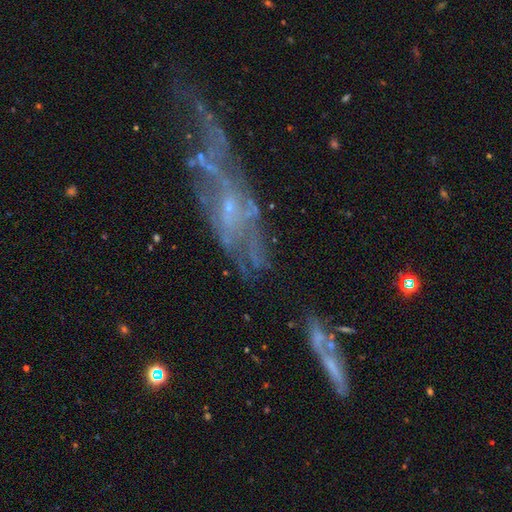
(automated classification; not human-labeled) Smooth or featured?
  - featured or disk: 70% *
  - smooth: 18%
  - star or artifact: 12%
Edge-on disk?
  - no: 87% *
  - yes: 13%
Bar?
  - no: 67% *
  - weak: 25%
  - strong: 9%
Spiral arms?
  - yes: 60% *
  - no: 40%
Bulge size?
  - small: 76% *
  - none: 11%
  - moderate: 11%
  - large: 1%
  - dominant: 1%
Merging?
  - none: 45% *
  - major disturbance: 22%
  - minor disturbance: 21%
  - merger: 12%